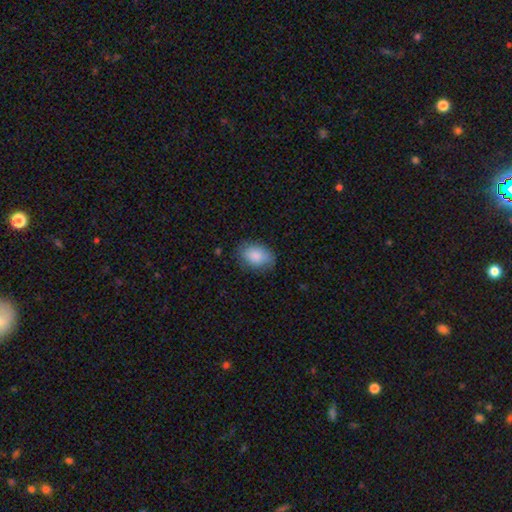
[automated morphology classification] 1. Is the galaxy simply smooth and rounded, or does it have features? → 86% smooth, 7% featured or disk, 7% star or artifact.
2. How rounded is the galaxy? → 85% in between, 14% round, 1% cigar-shaped.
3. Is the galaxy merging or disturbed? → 75% none, 19% minor disturbance, 5% major disturbance, 1% merger.